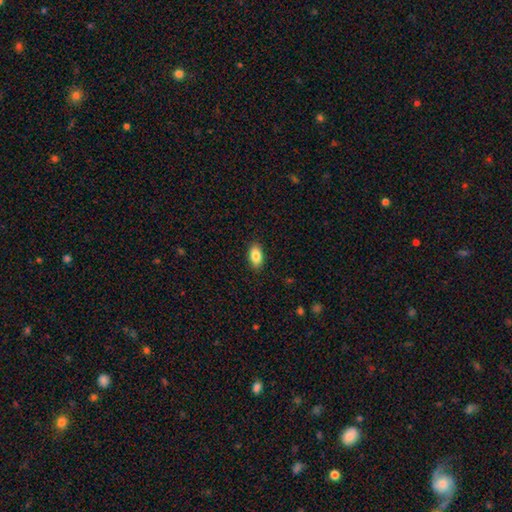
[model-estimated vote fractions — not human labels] Smooth or featured?
  - smooth: 86% *
  - star or artifact: 7%
  - featured or disk: 7%
How rounded?
  - in between: 92% *
  - round: 5%
  - cigar-shaped: 3%
Merging?
  - none: 89% *
  - minor disturbance: 8%
  - major disturbance: 2%
  - merger: 1%